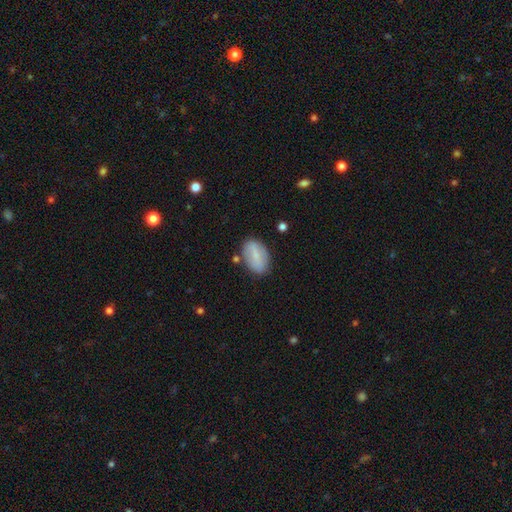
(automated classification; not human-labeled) smooth-or-featured: smooth: 68% | featured or disk: 24% | star or artifact: 7%
  how-rounded: in between: 91% | round: 7% | cigar-shaped: 2%
  merging: none: 76% | minor disturbance: 16% | major disturbance: 4% | merger: 4%